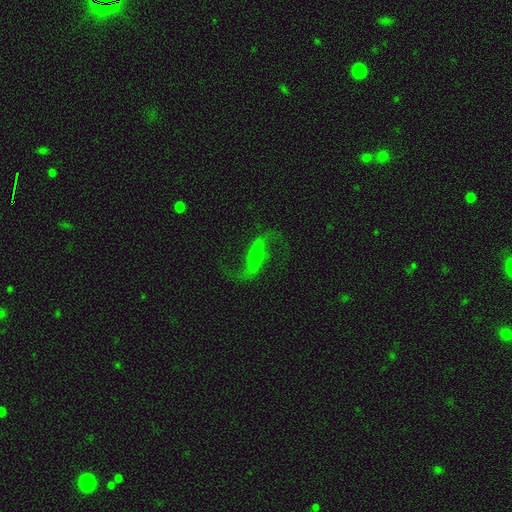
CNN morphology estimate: Smooth or featured? featured or disk (82%)
Edge-on disk? no (87%)
Bar? strong (36%)
Spiral arms? yes (93%)
Spiral winding? loose (87%)
Spiral arm count? 2 (93%)
Bulge size? small (39%)
Merging? none (74%)